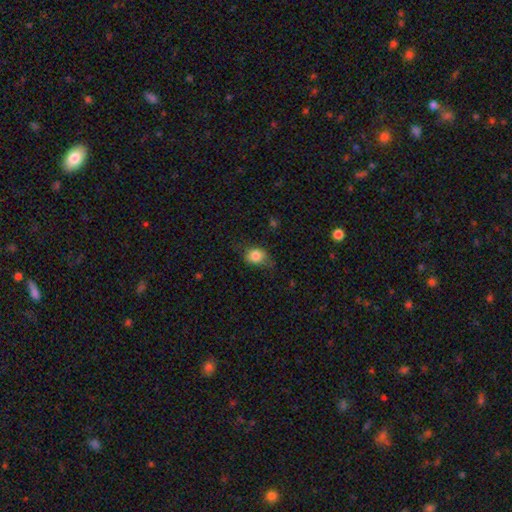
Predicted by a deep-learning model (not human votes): Q: Smooth or featured?
A: smooth (80%); runner-up: featured or disk (11%)
Q: How rounded?
A: in between (51%); runner-up: round (48%)
Q: Merging?
A: none (59%); runner-up: minor disturbance (29%)